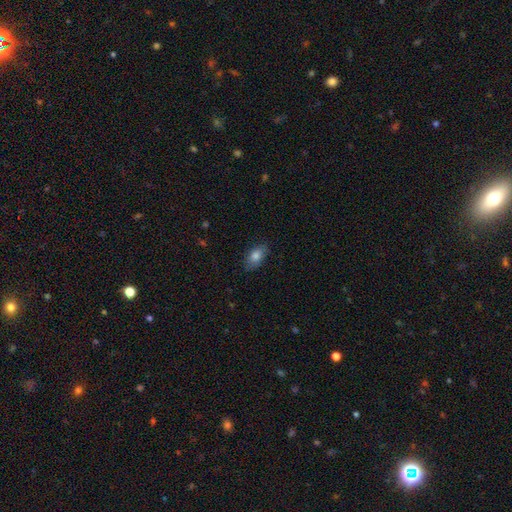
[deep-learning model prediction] Smooth or featured? smooth (81%)
How rounded? in between (90%)
Merging? none (80%)